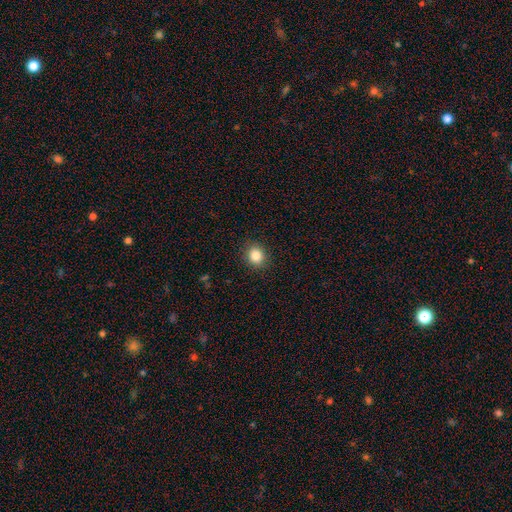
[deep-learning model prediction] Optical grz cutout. It shows a smooth galaxy with no disk features (85%) that is round (73%). Merging: none (90%).